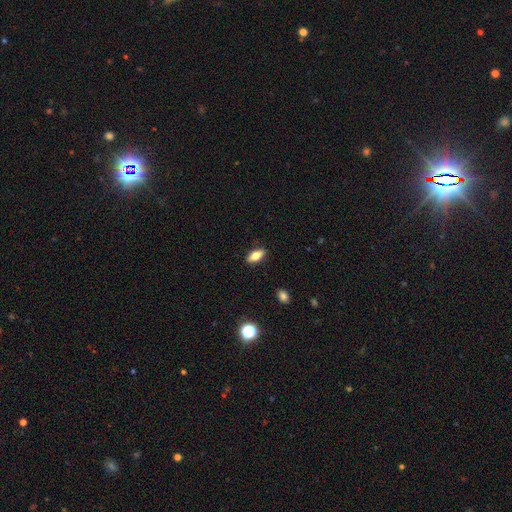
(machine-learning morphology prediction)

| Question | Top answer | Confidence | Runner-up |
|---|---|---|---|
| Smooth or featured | smooth | 68% | featured or disk (24%) |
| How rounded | in between | 80% | cigar-shaped (17%) |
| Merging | none | 89% | minor disturbance (8%) |